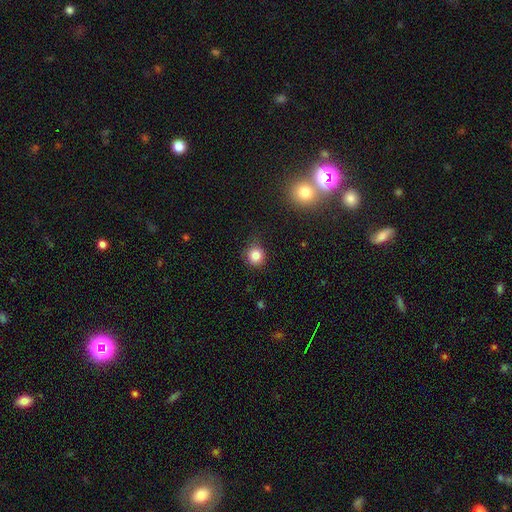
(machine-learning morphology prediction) This is clearly a smooth galaxy (83%). How rounded: clearly round (89%). Merging: clearly none (80%).